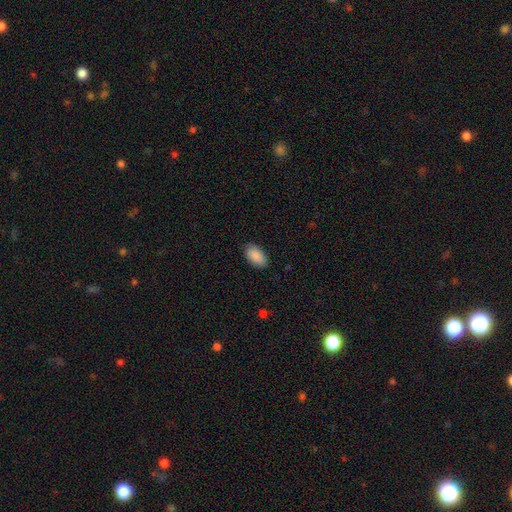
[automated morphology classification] Smooth or featured? Predicted: smooth (p=0.90). How rounded? Predicted: in between (p=0.95). Merging? Predicted: none (p=0.85).